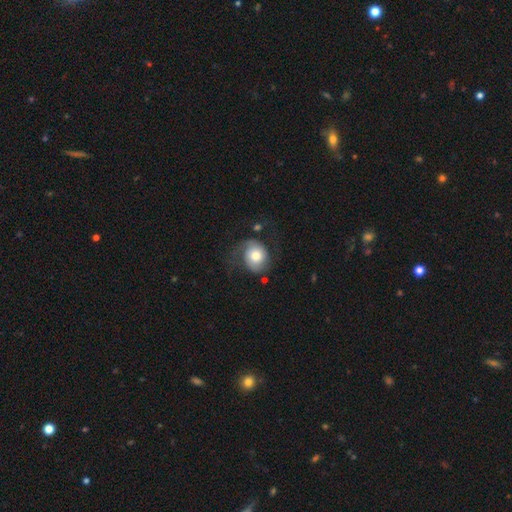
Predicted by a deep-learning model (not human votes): smooth 50%, featured or disk 43%, star or artifact 7%. Down the decision tree: how rounded — round (66%); merging — none (52%).